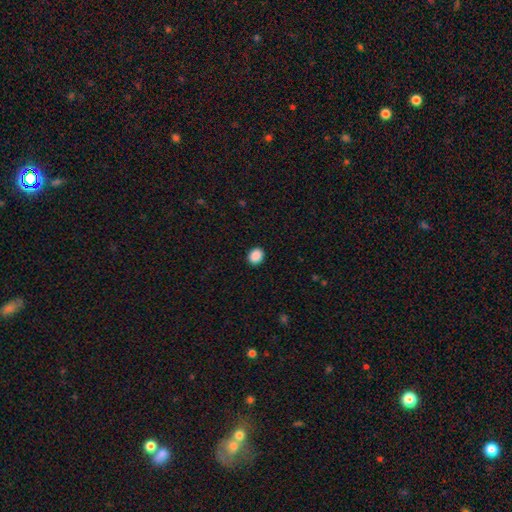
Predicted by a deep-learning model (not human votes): Q: Smooth or featured?
A: smooth (89%); runner-up: star or artifact (8%)
Q: How rounded?
A: round (64%); runner-up: in between (35%)
Q: Merging?
A: none (92%); runner-up: minor disturbance (6%)